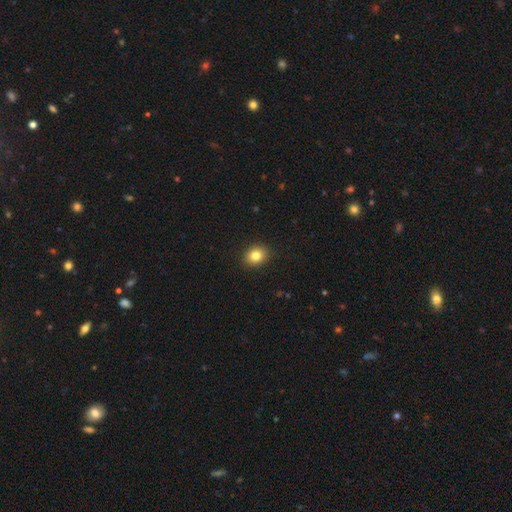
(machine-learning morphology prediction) Smooth or featured: smooth — 82% (star or artifact — 11%)
How rounded: round — 55% (in between — 44%)
Merging: none — 90% (minor disturbance — 7%)